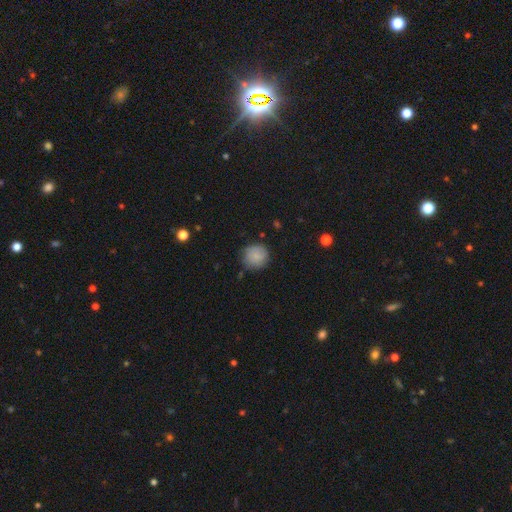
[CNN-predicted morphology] smooth-or-featured: smooth: 84% | featured or disk: 9% | star or artifact: 8%
  how-rounded: round: 91% | in between: 8% | cigar-shaped: 1%
  merging: none: 79% | minor disturbance: 15% | major disturbance: 4% | merger: 2%